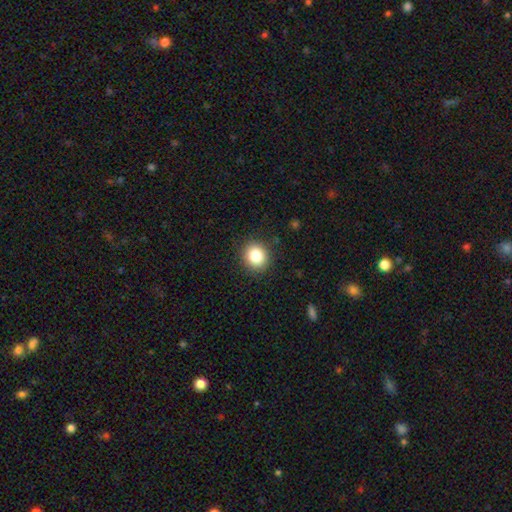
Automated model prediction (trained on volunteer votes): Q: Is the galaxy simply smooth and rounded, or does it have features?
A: smooth — 85%.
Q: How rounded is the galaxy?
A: round — 82%.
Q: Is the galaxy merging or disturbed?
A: none — 89%.